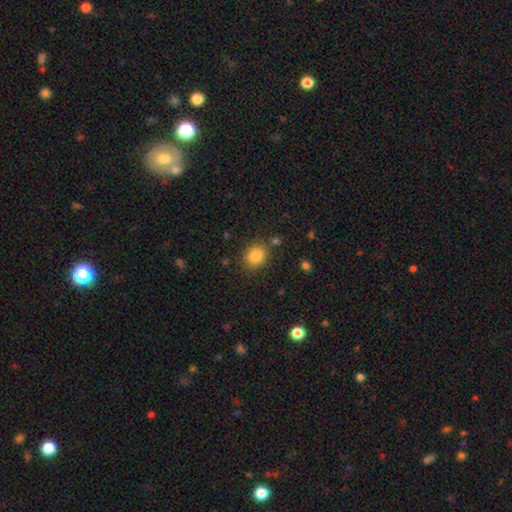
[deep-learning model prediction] The model was most divided on "how rounded": round: 71%, in between: 28%, cigar-shaped: 1%. More confident: smooth or featured — smooth (85%); merging — none (83%).